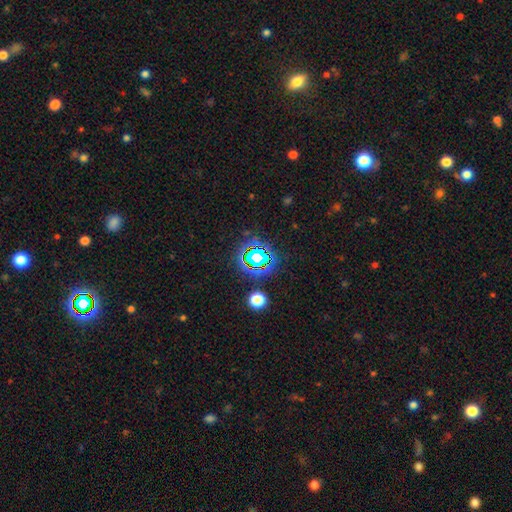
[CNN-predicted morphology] Smooth or featured: star or artifact — 69% (smooth — 19%)